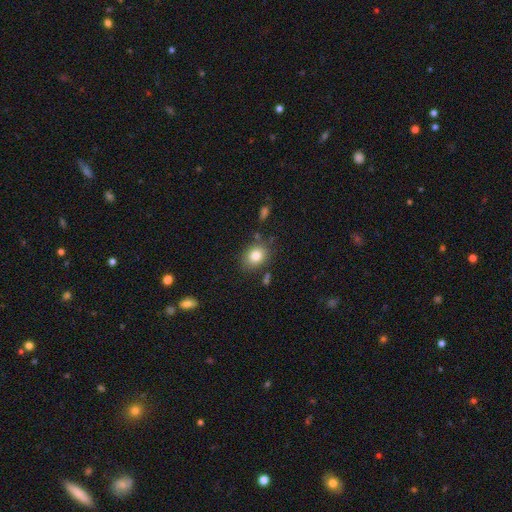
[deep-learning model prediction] smooth 82%, star or artifact 10%, featured or disk 9%. Down the decision tree: how rounded — in between (53%); merging — none (79%).